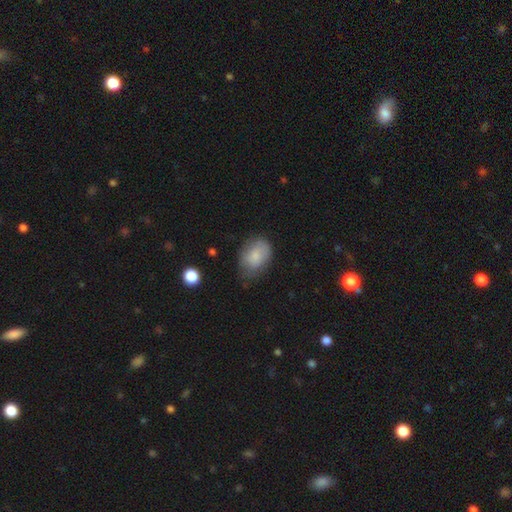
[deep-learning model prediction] A smooth galaxy with no disk features (81%) that is in between round and cigar-shaped (80%). Merging: none (57%).